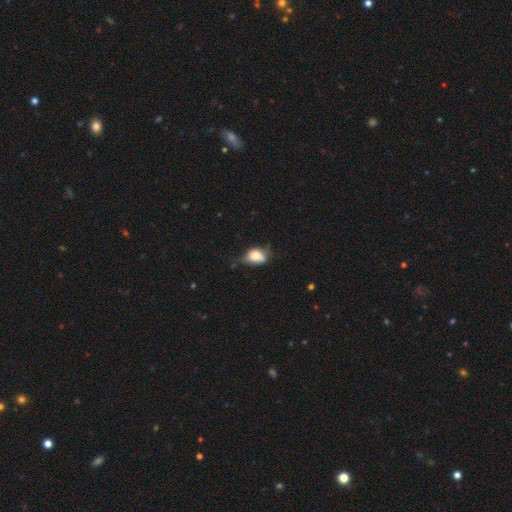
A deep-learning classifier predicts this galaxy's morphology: This appears to be a smooth galaxy with no disk features (69%) that is in between round and cigar-shaped (72%). Merging: minor disturbance (41%).